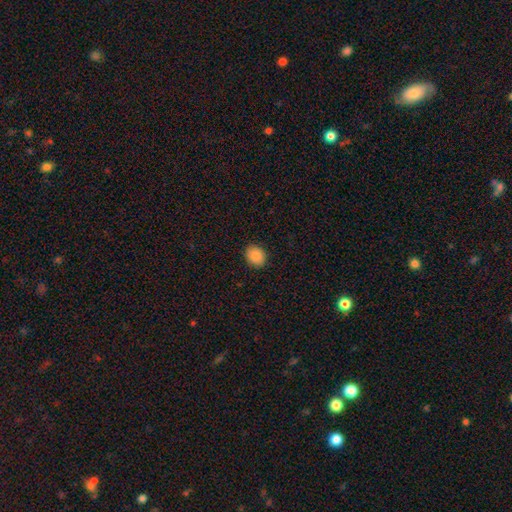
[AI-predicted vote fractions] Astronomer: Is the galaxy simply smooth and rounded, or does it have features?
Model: smooth — 88%.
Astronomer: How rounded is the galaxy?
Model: round — 58% (runner-up: in between, 41%).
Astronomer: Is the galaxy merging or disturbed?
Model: none — 89%.